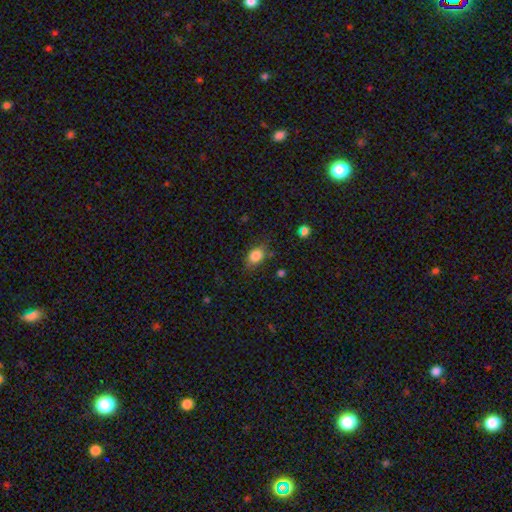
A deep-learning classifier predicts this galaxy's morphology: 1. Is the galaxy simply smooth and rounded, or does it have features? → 84% smooth, 9% star or artifact, 6% featured or disk.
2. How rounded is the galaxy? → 75% in between, 23% round, 2% cigar-shaped.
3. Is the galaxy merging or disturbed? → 74% none, 18% minor disturbance, 5% major disturbance, 2% merger.